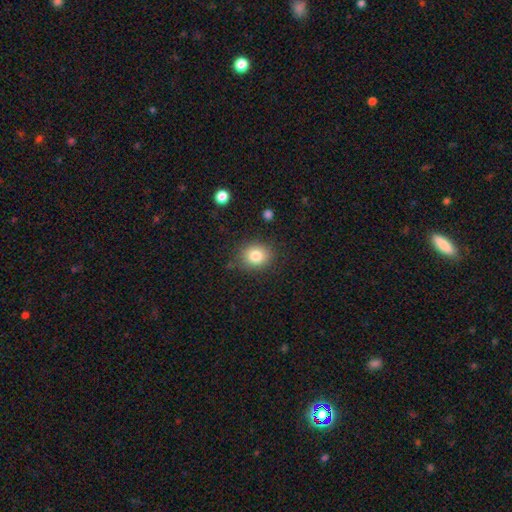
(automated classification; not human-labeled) Smooth or featured: smooth — 82% (star or artifact — 10%)
How rounded: round — 68% (in between — 31%)
Merging: none — 84% (minor disturbance — 11%)